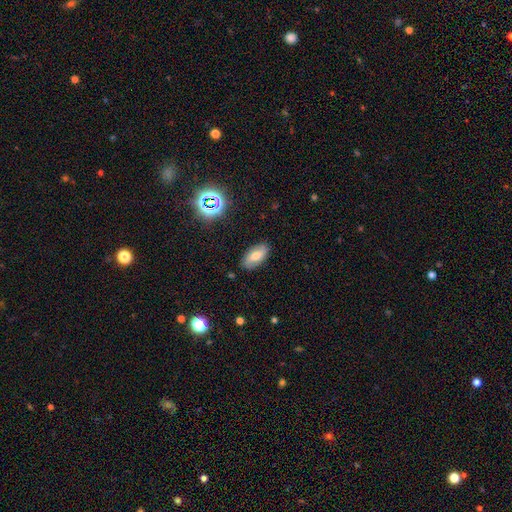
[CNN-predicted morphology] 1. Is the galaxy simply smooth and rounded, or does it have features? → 65% smooth, 26% featured or disk, 9% star or artifact.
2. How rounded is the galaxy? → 91% in between, 6% cigar-shaped, 4% round.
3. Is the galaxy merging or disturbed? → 85% none, 11% minor disturbance, 2% major disturbance, 1% merger.